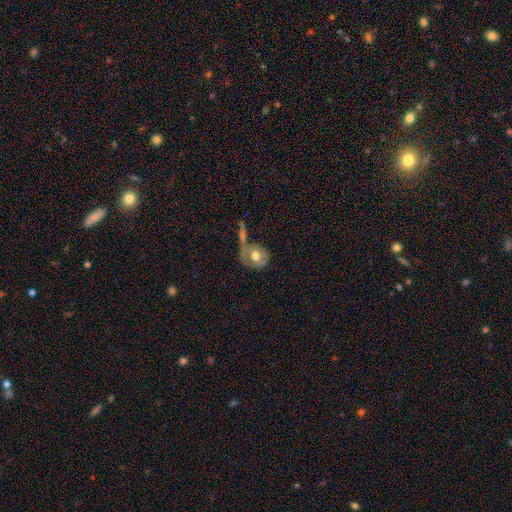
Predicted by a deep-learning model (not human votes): smooth-or-featured: smooth: 59% | featured or disk: 34% | star or artifact: 7%
  how-rounded: round: 67% | in between: 32% | cigar-shaped: 2%
  merging: none: 42% | merger: 27% | minor disturbance: 18% | major disturbance: 13%